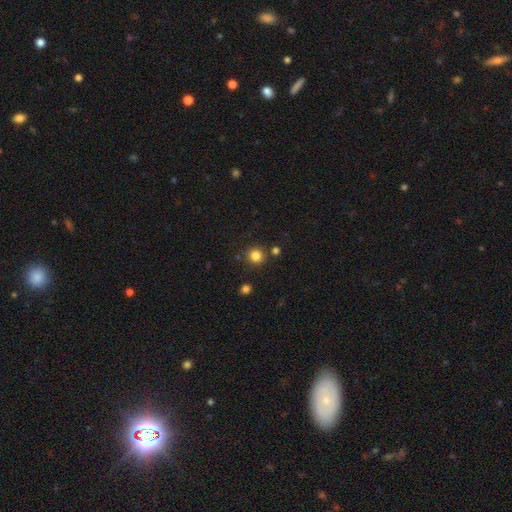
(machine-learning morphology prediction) Overall: smooth (82%). How rounded: round (93%). Merging: none (85%).